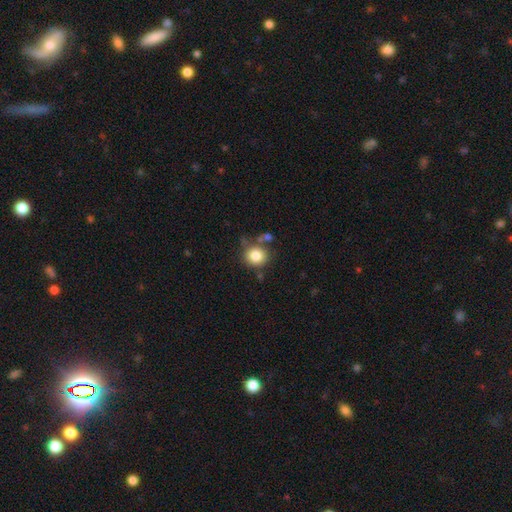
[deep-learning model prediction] smooth-or-featured: smooth: 83% | star or artifact: 10% | featured or disk: 7%
  how-rounded: round: 87% | in between: 12% | cigar-shaped: 1%
  merging: none: 67% | minor disturbance: 15% | merger: 12% | major disturbance: 5%